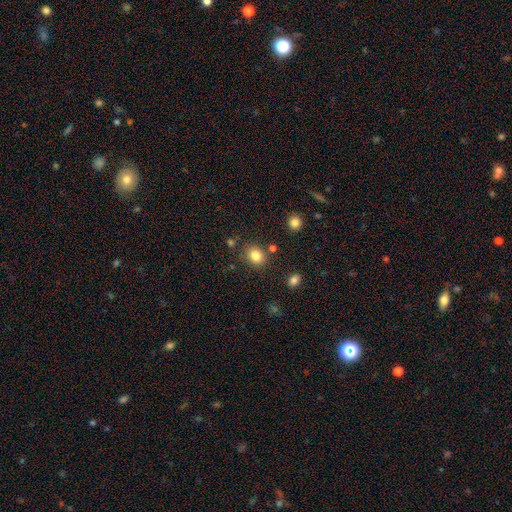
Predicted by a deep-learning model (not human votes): Smooth or featured: smooth — 83% (star or artifact — 11%)
How rounded: round — 59% (in between — 40%)
Merging: none — 80% (minor disturbance — 11%)